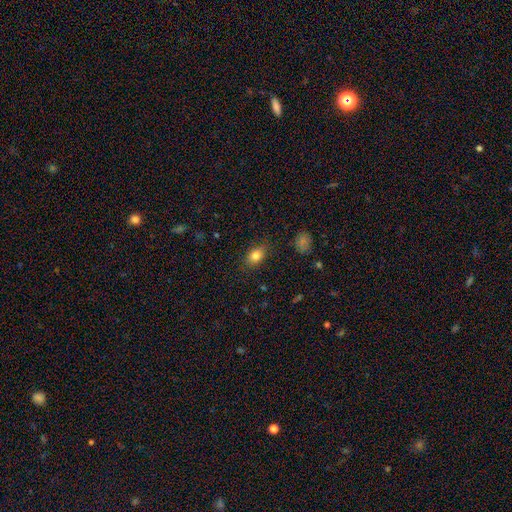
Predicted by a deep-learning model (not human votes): smooth-or-featured: smooth: 81% | star or artifact: 10% | featured or disk: 9%
  how-rounded: in between: 79% | round: 19% | cigar-shaped: 3%
  merging: none: 82% | minor disturbance: 14% | major disturbance: 3% | merger: 1%